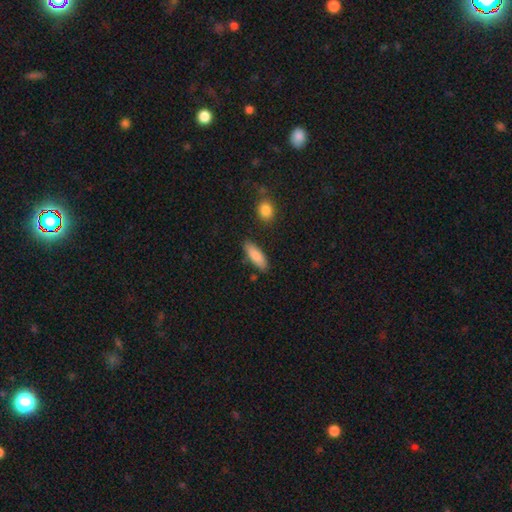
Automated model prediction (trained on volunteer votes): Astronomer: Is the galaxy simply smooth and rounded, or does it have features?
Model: smooth — 86%.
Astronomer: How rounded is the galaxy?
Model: in between — 62%.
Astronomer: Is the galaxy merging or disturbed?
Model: none — 81%.